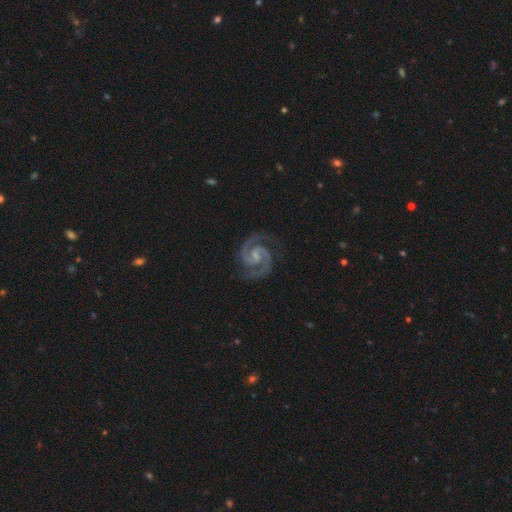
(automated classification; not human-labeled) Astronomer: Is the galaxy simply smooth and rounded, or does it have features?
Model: featured or disk — 95%.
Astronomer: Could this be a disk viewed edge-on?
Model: no — 99%.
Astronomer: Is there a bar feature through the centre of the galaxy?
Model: weak — 51% (runner-up: no, 32%).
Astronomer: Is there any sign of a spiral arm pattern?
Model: yes — 99%.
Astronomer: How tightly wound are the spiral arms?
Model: medium — 54% (runner-up: tight, 41%).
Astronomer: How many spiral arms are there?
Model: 2 — 94%.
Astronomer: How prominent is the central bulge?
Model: small — 49% (runner-up: moderate, 24%).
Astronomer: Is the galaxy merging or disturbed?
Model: none — 83%.